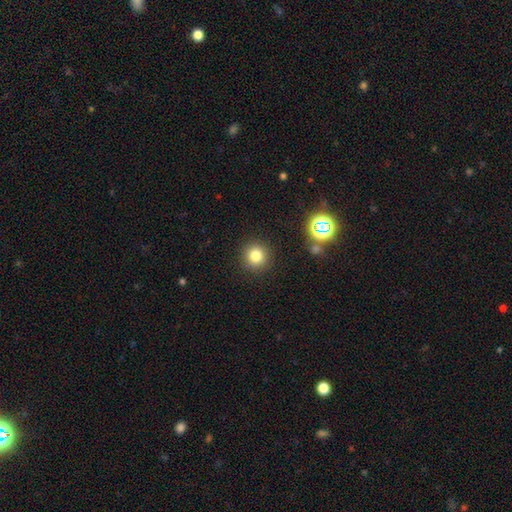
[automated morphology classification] smooth 79%, star or artifact 14%, featured or disk 7%. Down the decision tree: how rounded — round (93%); merging — none (90%).